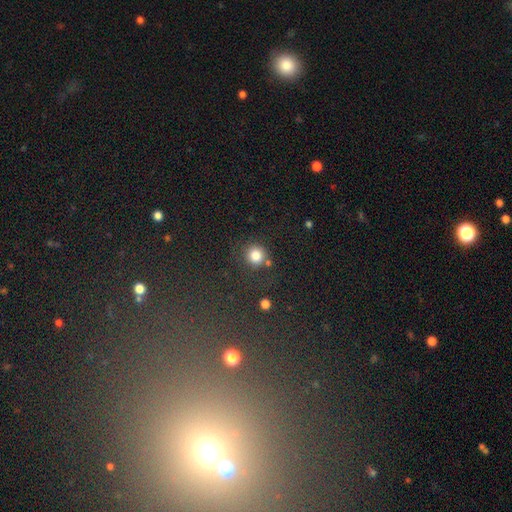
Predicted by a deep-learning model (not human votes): Morphology: type=smooth (82%); roundness=round (92%); merging=none (76%).